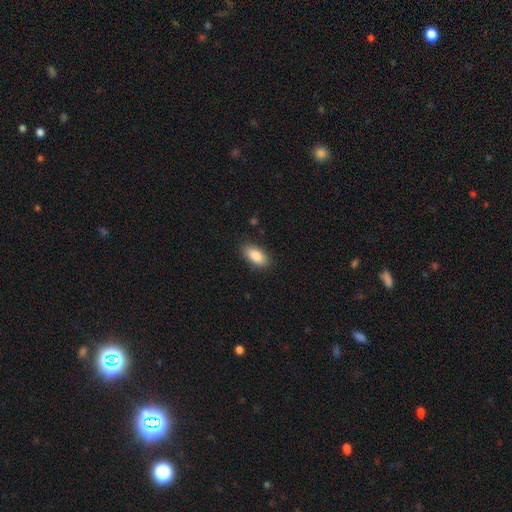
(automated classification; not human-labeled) Smooth or featured: smooth — 86% (star or artifact — 7%)
How rounded: in between — 90% (cigar-shaped — 7%)
Merging: none — 87% (minor disturbance — 9%)